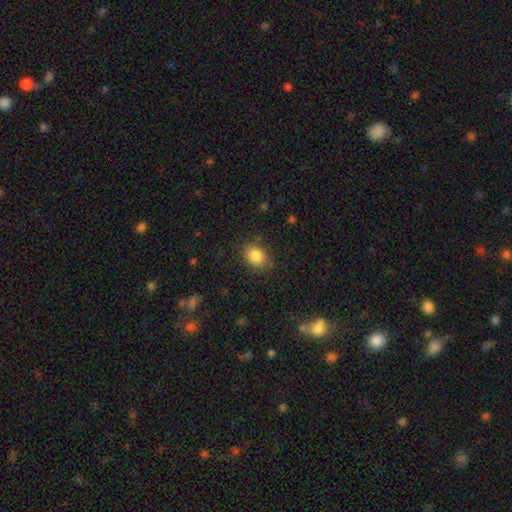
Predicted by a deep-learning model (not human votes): Smooth or featured: smooth — 85% (star or artifact — 10%)
How rounded: round — 50% (in between — 49%)
Merging: none — 83% (minor disturbance — 12%)